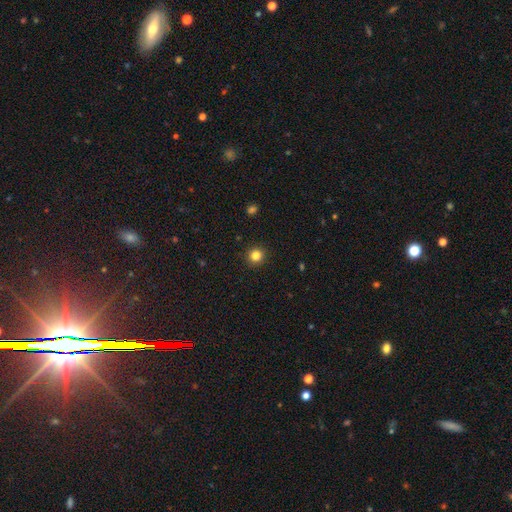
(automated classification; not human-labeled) This appears to be a smooth galaxy with no disk features (84%) that is round (93%). Merging: none (93%).